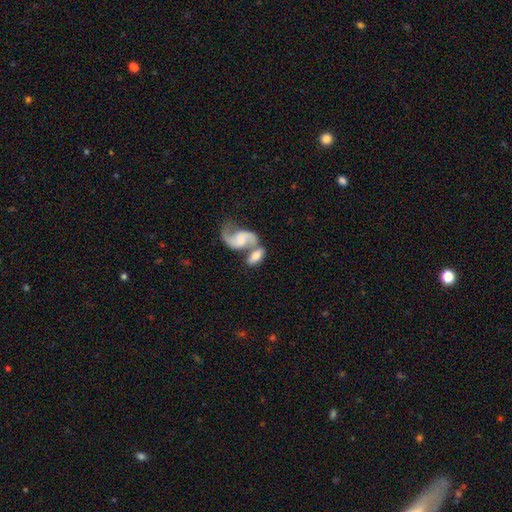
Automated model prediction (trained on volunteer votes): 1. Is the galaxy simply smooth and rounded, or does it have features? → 50% featured or disk, 43% smooth, 7% star or artifact.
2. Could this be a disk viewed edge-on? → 92% no, 8% yes.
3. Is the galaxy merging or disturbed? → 58% merger, 25% none, 9% minor disturbance, 7% major disturbance.